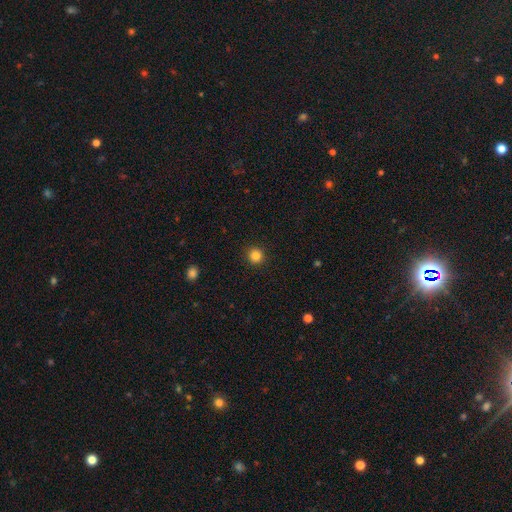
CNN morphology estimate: A smooth galaxy with no disk features (84%) that is round (94%).

Vote fractions:
- Smooth or featured? smooth: 84% / star or artifact: 12% / featured or disk: 4%
- How rounded? round: 94% / in between: 5% / cigar-shaped: 1%
- Merging? none: 92% / minor disturbance: 5% / major disturbance: 2% / merger: 1%